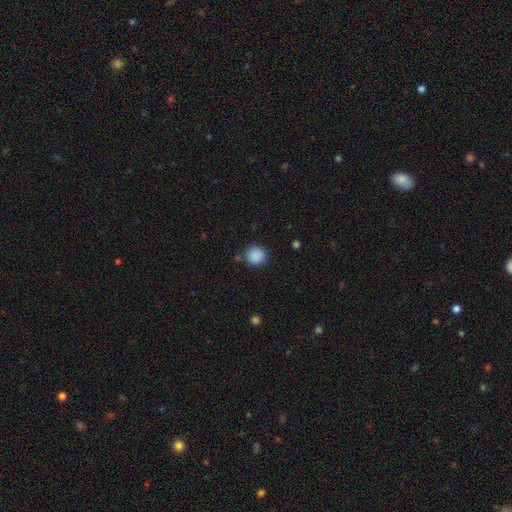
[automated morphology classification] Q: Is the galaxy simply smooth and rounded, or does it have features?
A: smooth — 89%.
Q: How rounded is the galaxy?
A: round — 91%.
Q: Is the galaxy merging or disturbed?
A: none — 85%.